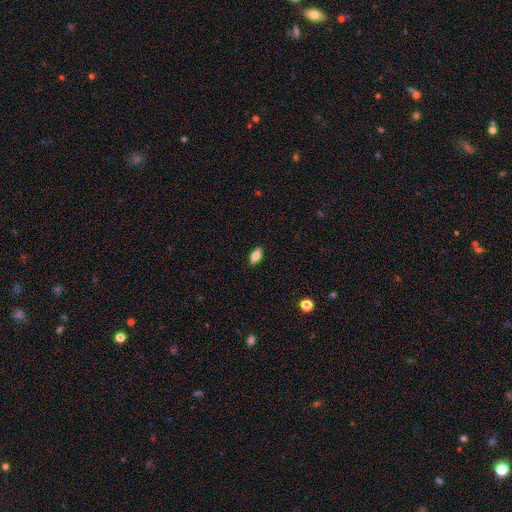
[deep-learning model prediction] The model was most divided on "smooth or featured": smooth: 77%, featured or disk: 16%, star or artifact: 8%. More confident: merging — none (89%); how rounded — in between (82%).